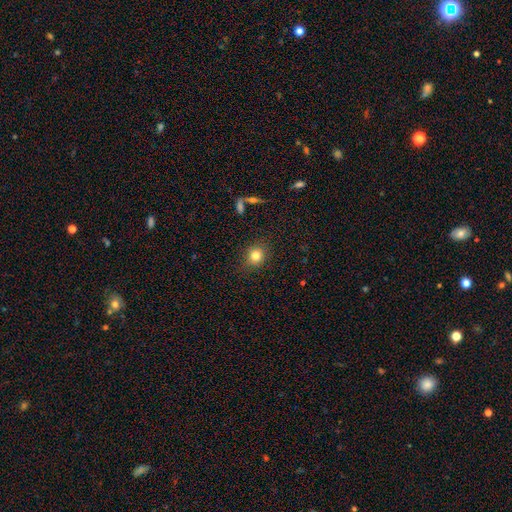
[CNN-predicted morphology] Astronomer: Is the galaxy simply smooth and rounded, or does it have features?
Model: smooth — 81%.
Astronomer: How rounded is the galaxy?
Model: round — 74%.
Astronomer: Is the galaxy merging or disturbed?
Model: none — 84%.